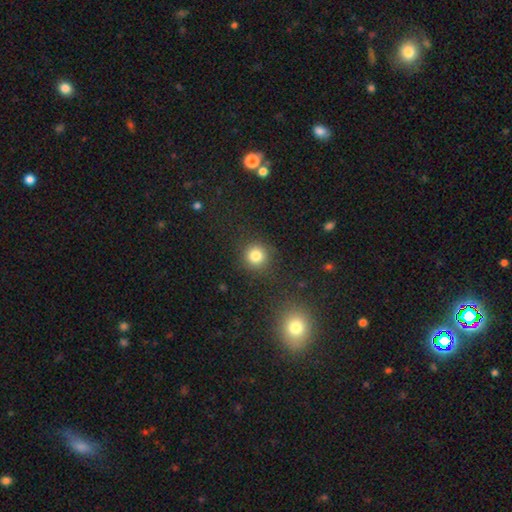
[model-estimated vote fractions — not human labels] smooth 82%, star or artifact 13%, featured or disk 5%. Down the decision tree: how rounded — round (92%); merging — none (87%).